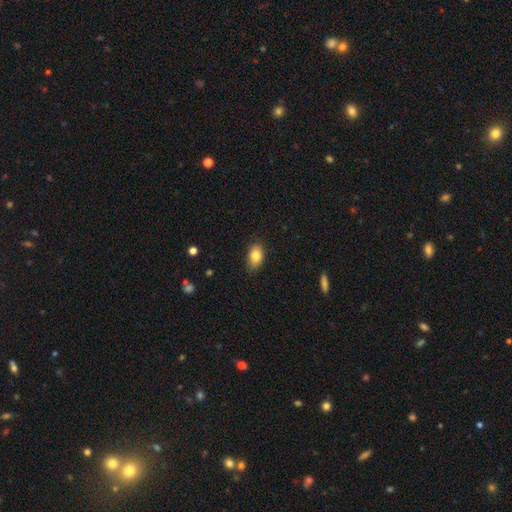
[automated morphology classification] smooth_or_featured: smooth (p=0.83) [alt: featured or disk p=0.09]
how_rounded: in between (p=0.88) [alt: round p=0.10]
merging: none (p=0.83) [alt: minor disturbance p=0.14]